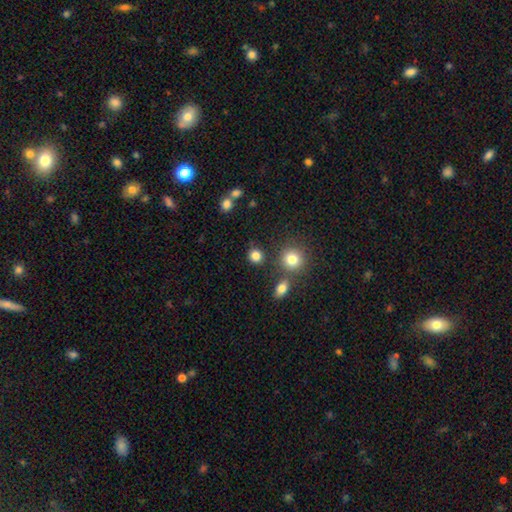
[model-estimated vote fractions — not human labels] Smooth or featured? Predicted: smooth (p=0.84). How rounded? Predicted: round (p=0.84). Merging? Predicted: none (p=0.82).